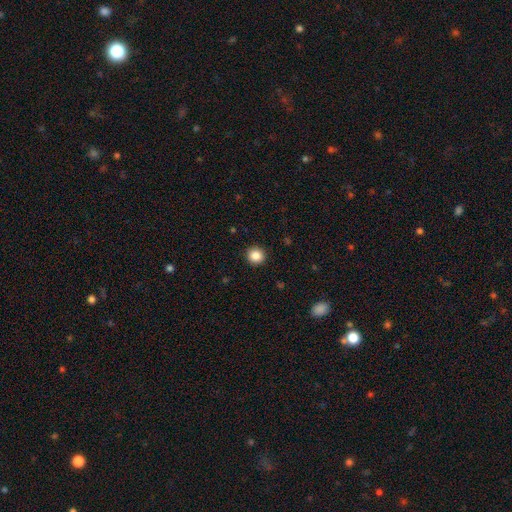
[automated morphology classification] smooth 86%, star or artifact 10%, featured or disk 4%. Down the decision tree: how rounded — round (92%); merging — none (93%).